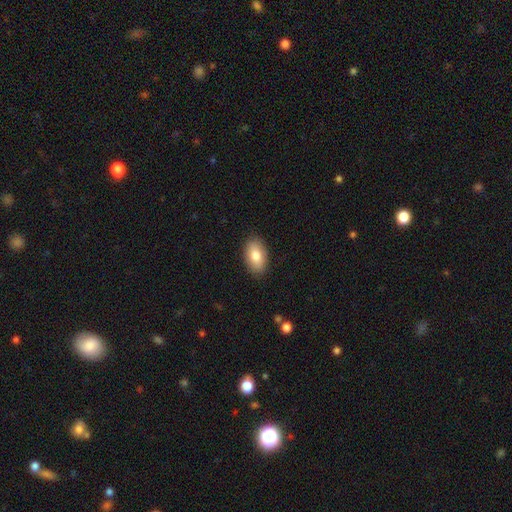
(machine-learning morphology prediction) A smooth galaxy with no disk features (81%) that is in between round and cigar-shaped (92%). Merging: none (88%).